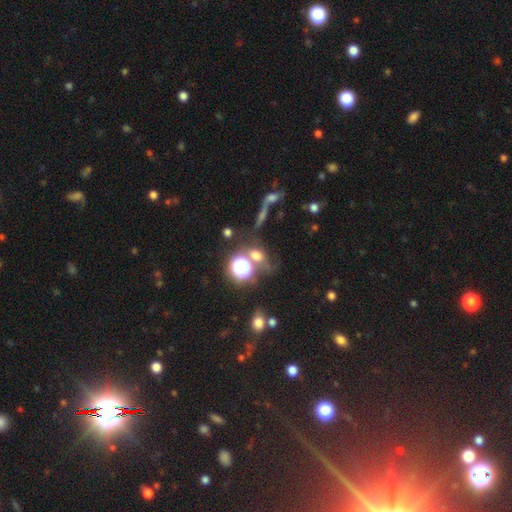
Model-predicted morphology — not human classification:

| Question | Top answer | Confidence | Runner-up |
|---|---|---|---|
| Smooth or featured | smooth | 55% | star or artifact (31%) |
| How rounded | round | 59% | in between (36%) |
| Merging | none | 52% | merger (23%) |